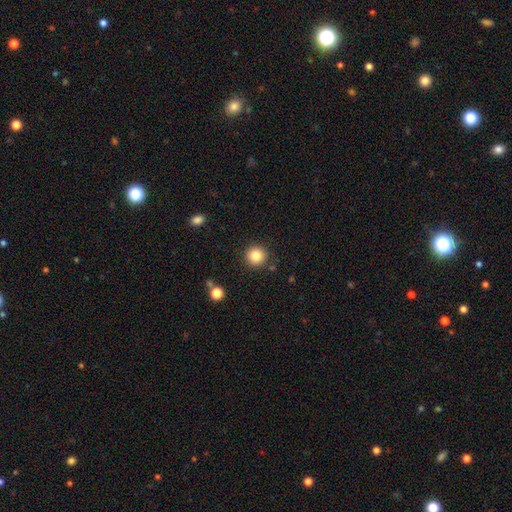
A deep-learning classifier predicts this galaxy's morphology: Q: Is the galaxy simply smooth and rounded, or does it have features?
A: smooth — 84%.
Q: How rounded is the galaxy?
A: round — 94%.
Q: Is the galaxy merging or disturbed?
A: none — 89%.